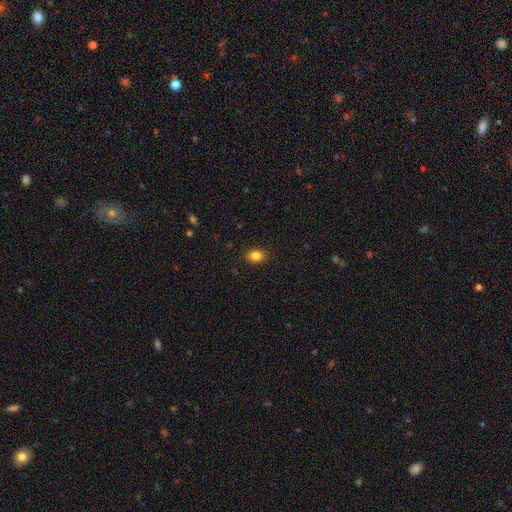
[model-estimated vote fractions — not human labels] Q: Smooth or featured?
A: smooth (84%); runner-up: star or artifact (10%)
Q: How rounded?
A: in between (71%); runner-up: round (28%)
Q: Merging?
A: none (88%); runner-up: minor disturbance (9%)